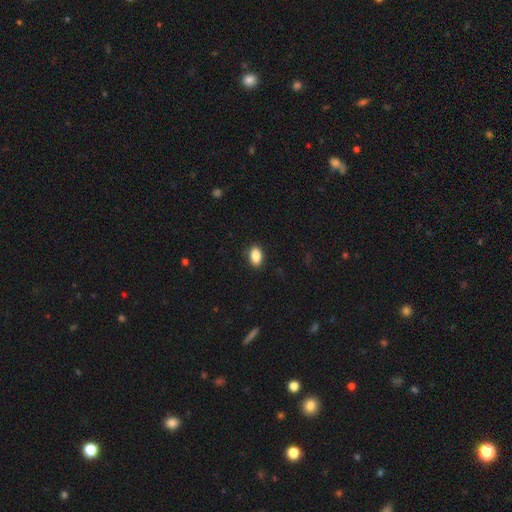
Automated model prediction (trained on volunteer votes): A smooth galaxy with no disk features (88%) that is in between round and cigar-shaped (89%). Merging: none (89%).